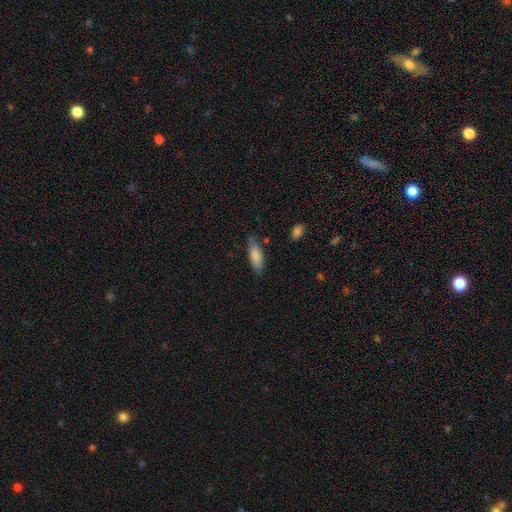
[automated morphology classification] type=smooth (85%); roundness=in between (64%); merging=none (78%).